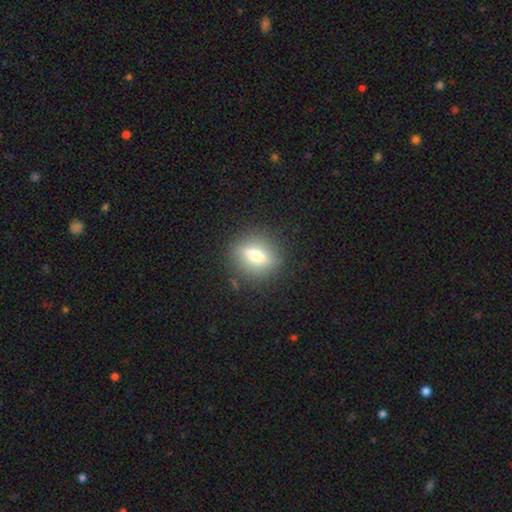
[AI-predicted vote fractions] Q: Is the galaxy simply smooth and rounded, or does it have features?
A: smooth — 50%.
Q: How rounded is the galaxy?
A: round — 45%.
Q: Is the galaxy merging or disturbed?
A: none — 86%.